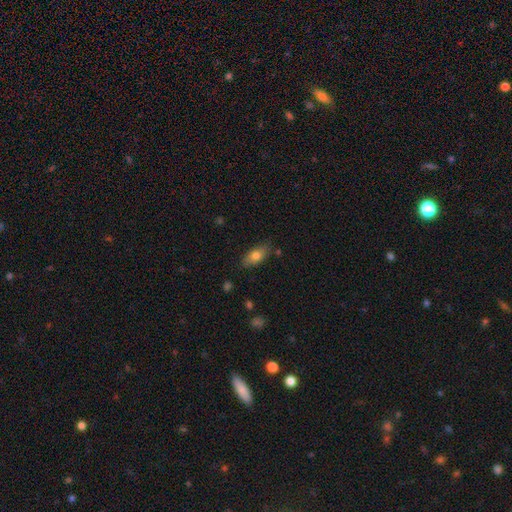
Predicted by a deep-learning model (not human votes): Smooth or featured: smooth — 76% (featured or disk — 17%)
How rounded: in between — 85% (cigar-shaped — 11%)
Merging: none — 80% (minor disturbance — 15%)